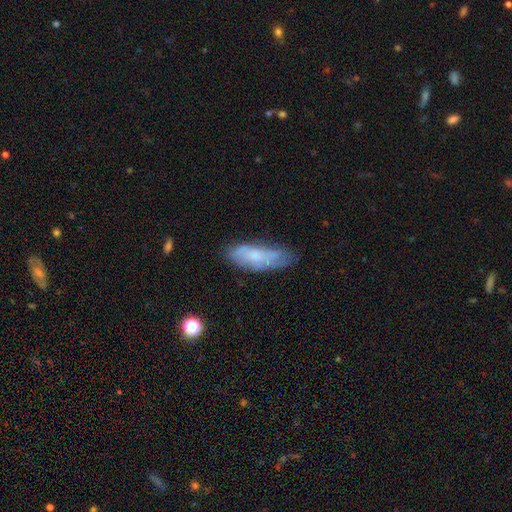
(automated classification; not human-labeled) Q: Smooth or featured?
A: smooth (58%); runner-up: featured or disk (34%)
Q: How rounded?
A: in between (67%); runner-up: cigar-shaped (31%)
Q: Merging?
A: none (59%); runner-up: minor disturbance (30%)